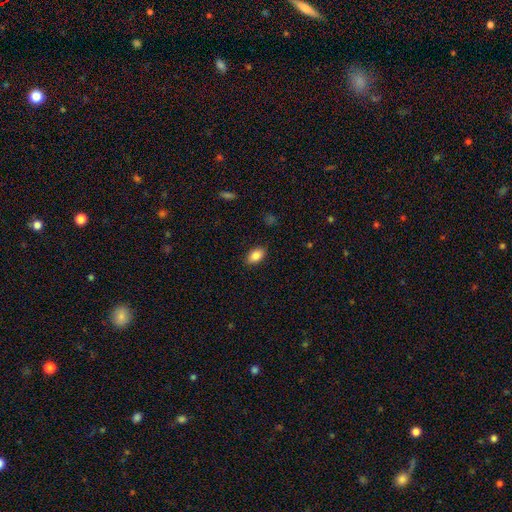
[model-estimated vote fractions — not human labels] Smooth or featured? Predicted: smooth (p=0.86). How rounded? Predicted: in between (p=0.90). Merging? Predicted: none (p=0.87).